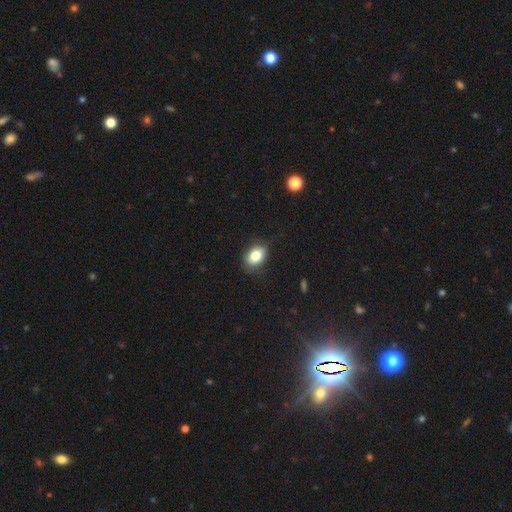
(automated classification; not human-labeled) smooth_or_featured: smooth (p=0.82) [alt: featured or disk p=0.09]
how_rounded: in between (p=0.78) [alt: round p=0.21]
merging: none (p=0.78) [alt: minor disturbance p=0.17]